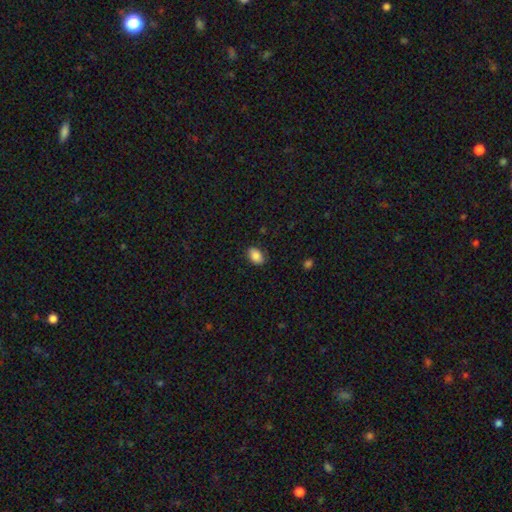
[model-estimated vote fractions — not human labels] A smooth galaxy with no disk features (87%) that is in between round and cigar-shaped (88%).

Vote fractions:
- Smooth or featured? smooth: 87% / star or artifact: 8% / featured or disk: 5%
- How rounded? in between: 88% / round: 11% / cigar-shaped: 1%
- Merging? none: 84% / minor disturbance: 12% / major disturbance: 3% / merger: 1%